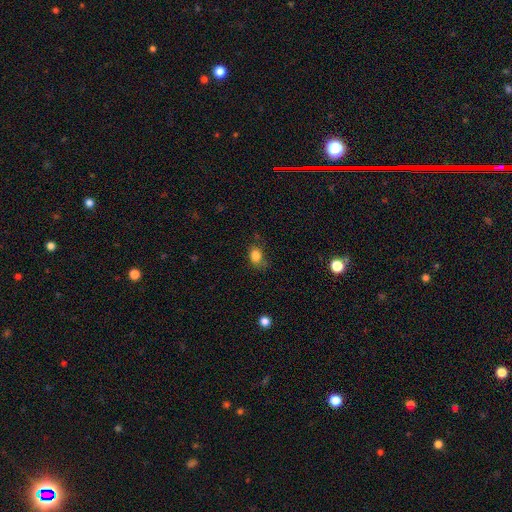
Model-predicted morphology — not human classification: smooth 83%, star or artifact 10%, featured or disk 6%. Down the decision tree: how rounded — in between (66%); merging — none (65%).